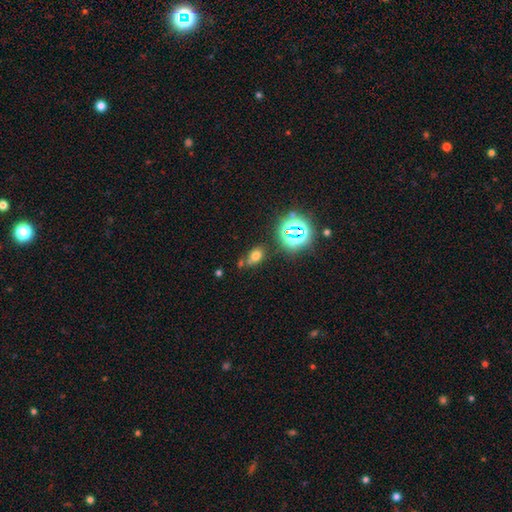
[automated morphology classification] This is likely a smooth galaxy (63%). How rounded: likely in between (69%). Merging: likely none (62%).